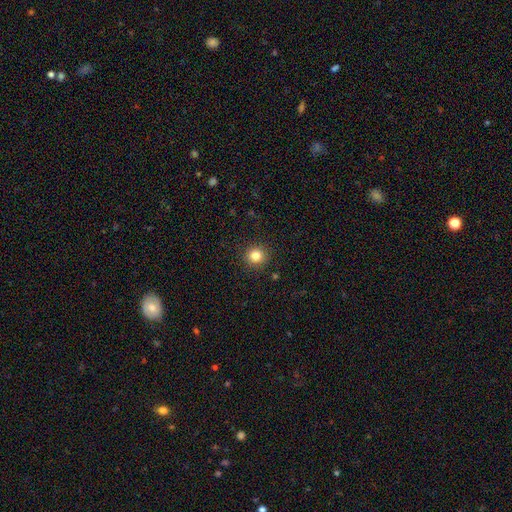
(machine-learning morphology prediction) Smooth or featured? smooth (83%)
How rounded? round (93%)
Merging? none (91%)